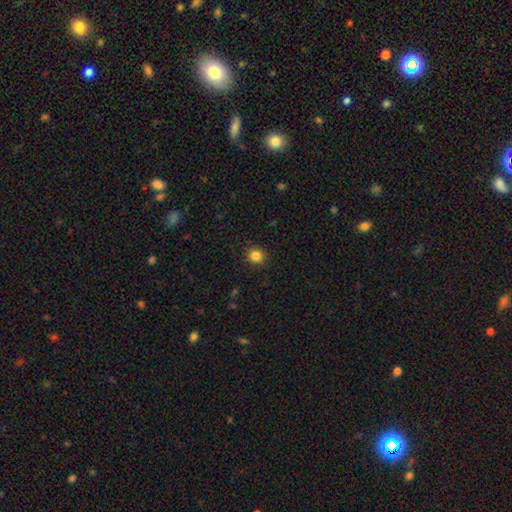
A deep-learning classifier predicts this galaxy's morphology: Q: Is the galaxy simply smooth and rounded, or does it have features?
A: smooth — 84%.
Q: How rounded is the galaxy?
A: round — 88%.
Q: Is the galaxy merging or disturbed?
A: none — 91%.